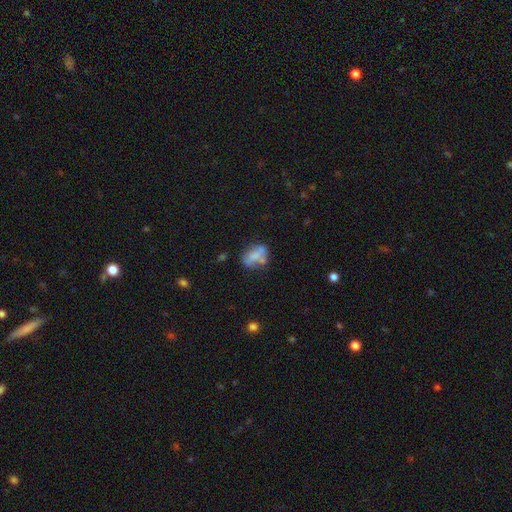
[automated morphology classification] A smooth galaxy with no disk features (56%) that is in between round and cigar-shaped (81%).

Vote fractions:
- Smooth or featured? smooth: 56% / featured or disk: 35% / star or artifact: 10%
- How rounded? in between: 81% / round: 16% / cigar-shaped: 4%
- Merging? none: 42% / merger: 24% / minor disturbance: 21% / major disturbance: 12%